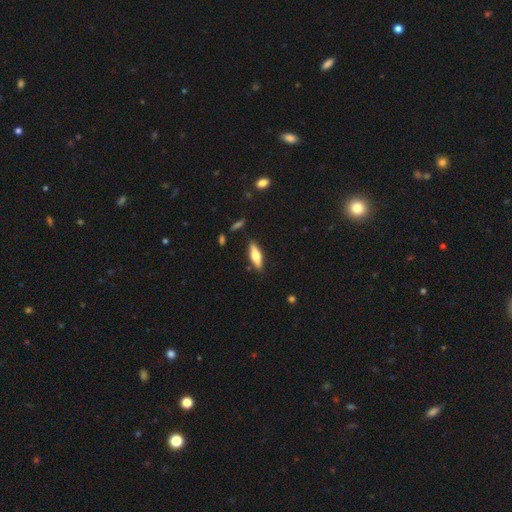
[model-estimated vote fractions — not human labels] Smooth or featured? Predicted: smooth (p=0.53). How rounded? Predicted: cigar-shaped (p=0.51). Merging? Predicted: none (p=0.86).